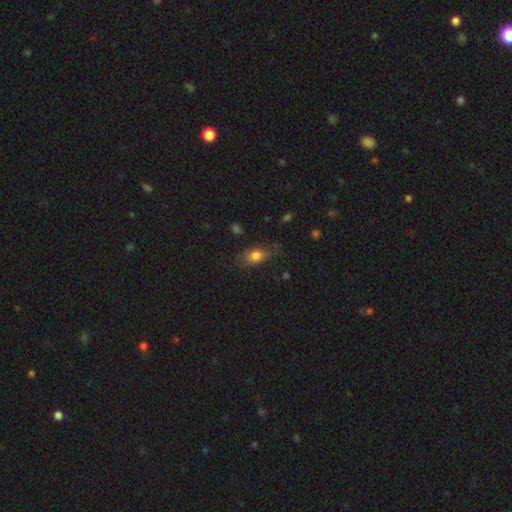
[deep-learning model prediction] Smooth or featured: smooth — 78% (featured or disk — 12%)
How rounded: in between — 81% (round — 12%)
Merging: none — 69% (minor disturbance — 22%)